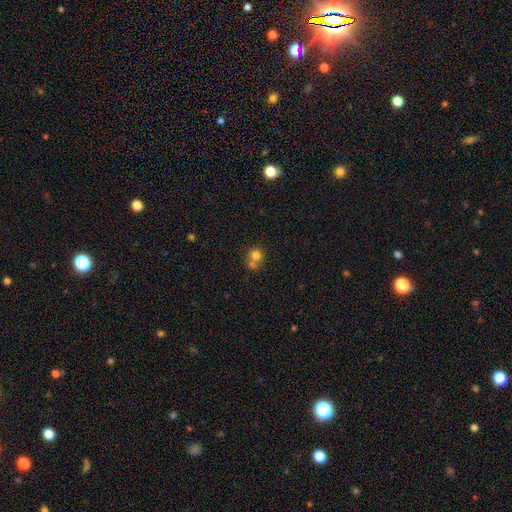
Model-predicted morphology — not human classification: Smooth or featured: smooth — 77% (star or artifact — 12%)
How rounded: round — 84% (in between — 15%)
Merging: merger — 49% (none — 40%)